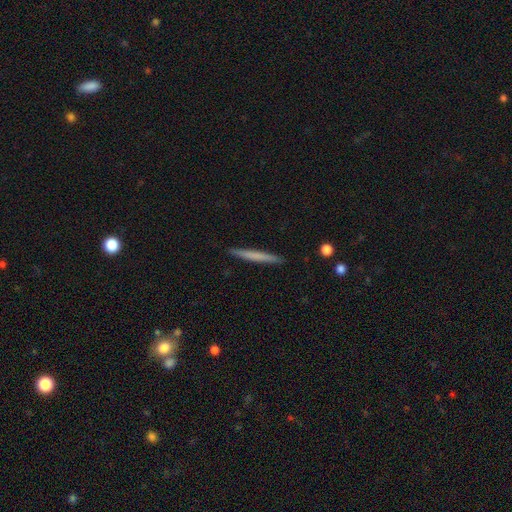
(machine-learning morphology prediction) smooth-or-featured: smooth: 63% | featured or disk: 32% | star or artifact: 5%
  how-rounded: cigar-shaped: 97% | in between: 2% | round: 1%
  merging: none: 91% | minor disturbance: 6% | major disturbance: 1% | merger: 1%